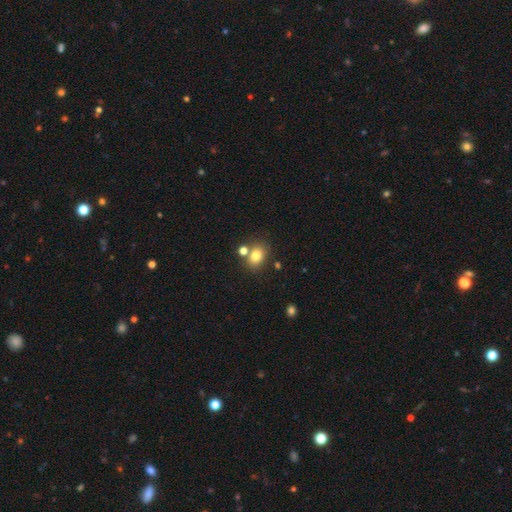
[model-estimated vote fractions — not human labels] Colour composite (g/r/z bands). It shows a smooth galaxy with no disk features (79%) that is in between round and cigar-shaped (55%). Merging: none (66%).